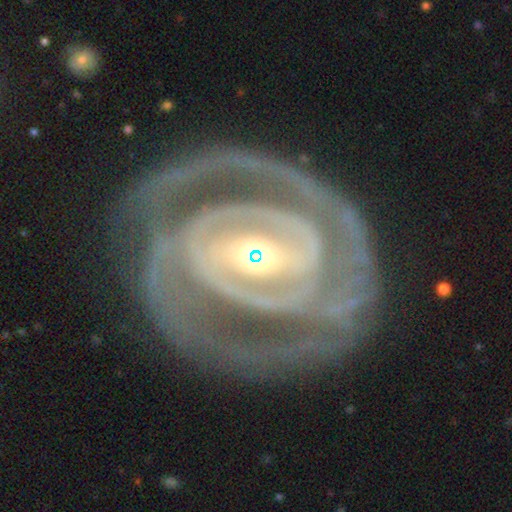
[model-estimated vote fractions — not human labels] featured or disk 92%, star or artifact 4%, smooth 4%. Down the decision tree: edge-on disk — no (97%); bar — strong (55%); spiral arms — yes (97%); spiral arm count — 2 (69%); spiral winding — tight (82%); bulge size — moderate (53%); merging — none (76%).